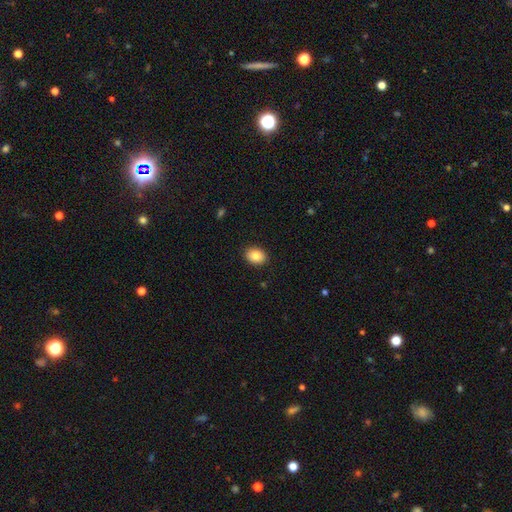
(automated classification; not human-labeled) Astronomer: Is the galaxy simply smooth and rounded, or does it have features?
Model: smooth — 84%.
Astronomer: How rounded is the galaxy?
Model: in between — 66%.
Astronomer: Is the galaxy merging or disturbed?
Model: none — 89%.